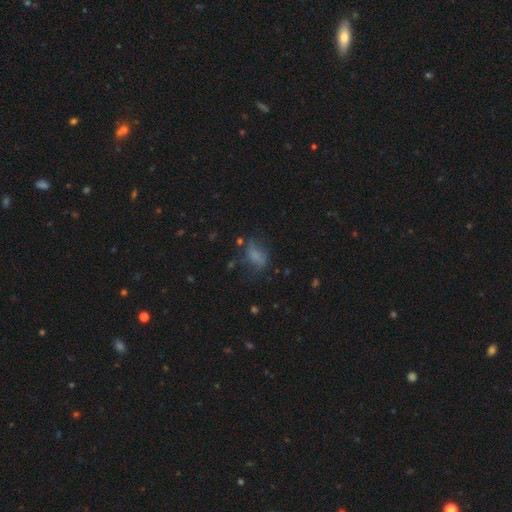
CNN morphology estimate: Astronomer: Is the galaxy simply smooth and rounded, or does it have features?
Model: smooth — 61%.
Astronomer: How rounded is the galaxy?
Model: in between — 80%.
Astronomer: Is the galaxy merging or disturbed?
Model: none — 42% (runner-up: minor disturbance, 28%).